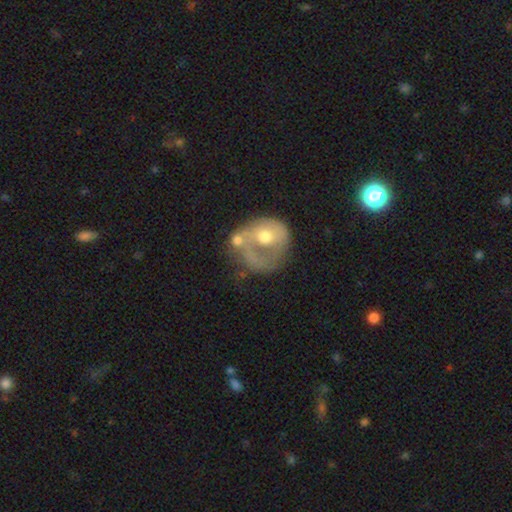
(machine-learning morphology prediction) Smooth or featured? featured or disk (52%)
Edge-on disk? no (97%)
Bar? no (83%)
Spiral arms? no (70%)
Bulge size? moderate (69%)
Merging? major disturbance (32%)